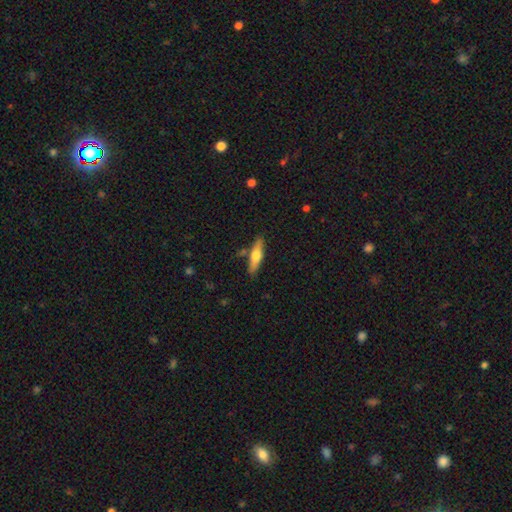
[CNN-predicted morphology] This appears to be a smooth galaxy with no disk features (53%) that is cigar-shaped (71%). Merging: none (83%).